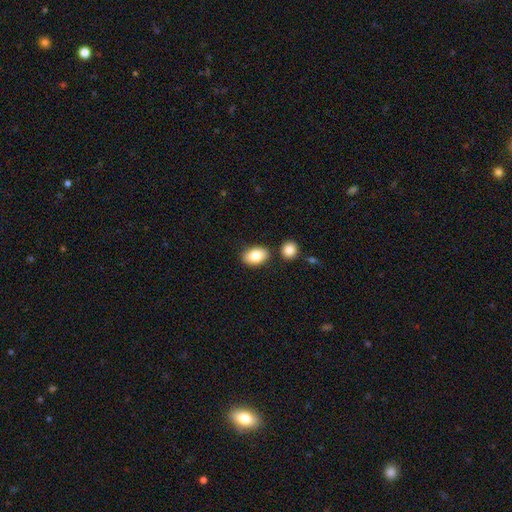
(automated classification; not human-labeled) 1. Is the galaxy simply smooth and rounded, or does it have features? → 83% smooth, 10% featured or disk, 7% star or artifact.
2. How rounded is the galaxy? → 86% in between, 12% round, 1% cigar-shaped.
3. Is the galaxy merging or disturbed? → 80% none, 10% minor disturbance, 8% merger, 2% major disturbance.